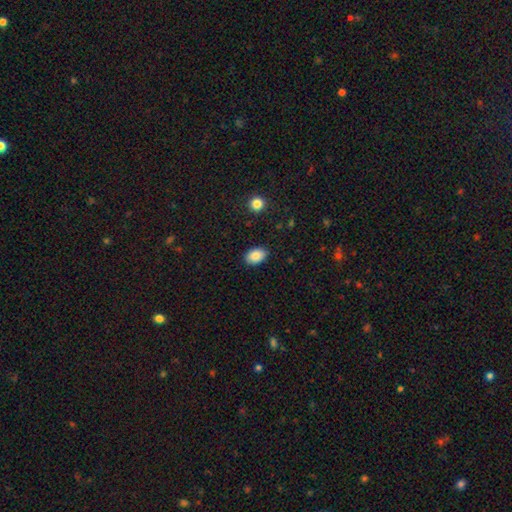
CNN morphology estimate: type=smooth (88%); roundness=in between (86%); merging=none (88%).